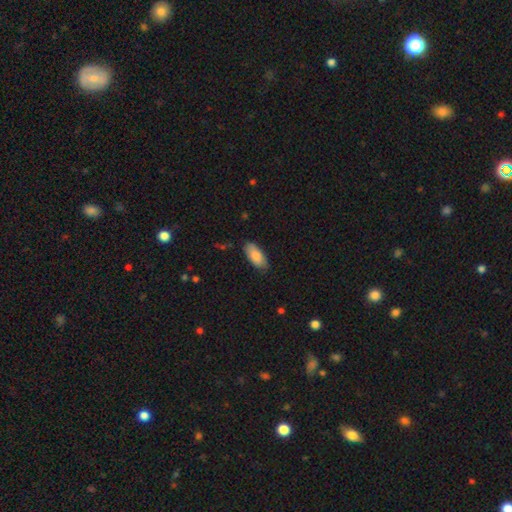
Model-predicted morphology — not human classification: The model was most divided on "merging": none: 84%, minor disturbance: 13%, major disturbance: 2%, merger: 1%. More confident: how rounded — in between (90%); smooth or featured — smooth (85%).